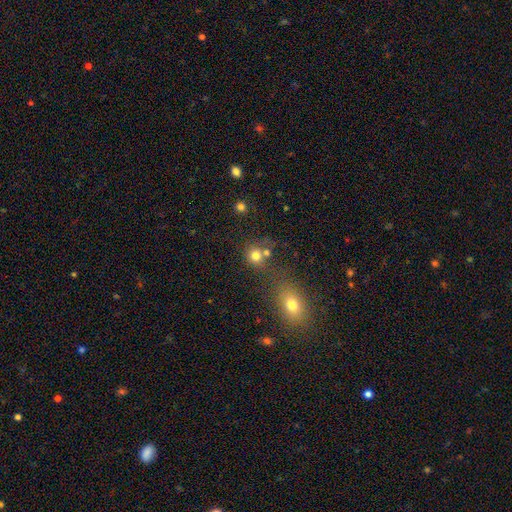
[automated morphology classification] Q: Smooth or featured?
A: smooth (78%); runner-up: star or artifact (14%)
Q: How rounded?
A: round (84%); runner-up: in between (15%)
Q: Merging?
A: none (57%); runner-up: merger (27%)